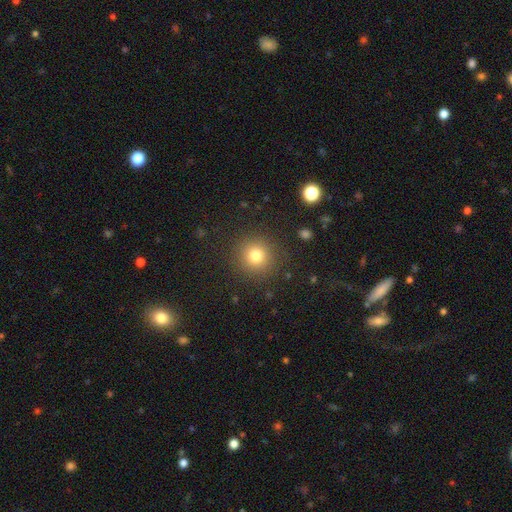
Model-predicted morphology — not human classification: The model was most divided on "smooth or featured": smooth: 79%, star or artifact: 13%, featured or disk: 8%. More confident: how rounded — round (93%); merging — none (89%).